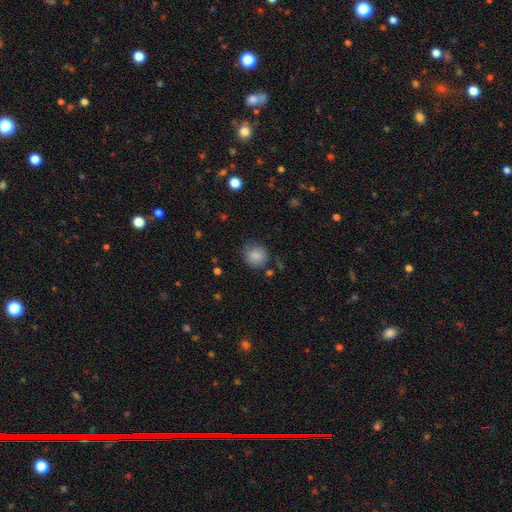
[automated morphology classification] Smooth or featured: smooth — 84% (star or artifact — 9%)
How rounded: round — 81% (in between — 18%)
Merging: none — 73% (minor disturbance — 19%)